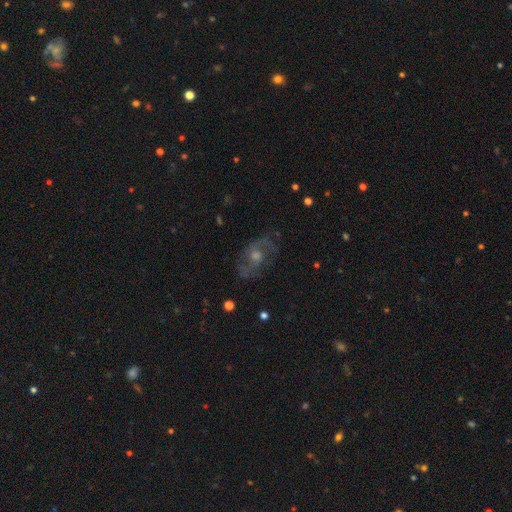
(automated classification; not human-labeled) This is likely a featured or disk galaxy (69%). It is clearly not viewed edge-on (95%). Bar: likely no (66%). Spiral arm pattern: clearly yes (84%). Spiral arm count: likely 2 (73%). Spiral winding: possibly medium (49%). Central bulge: possibly moderate (59%). Merging: likely none (74%).